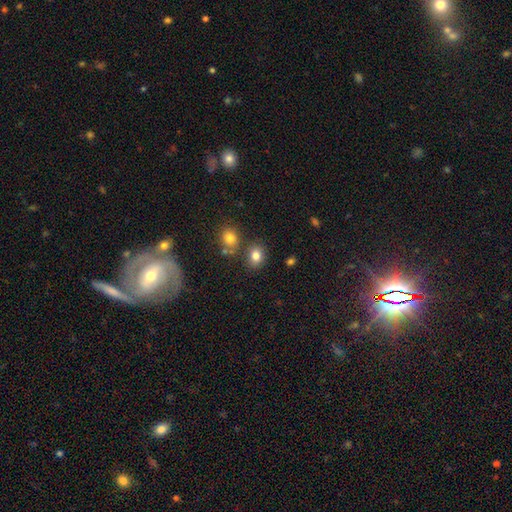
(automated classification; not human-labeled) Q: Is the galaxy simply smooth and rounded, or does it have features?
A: smooth — 81%.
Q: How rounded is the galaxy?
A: in between — 52%.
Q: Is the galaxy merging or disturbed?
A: none — 76%.